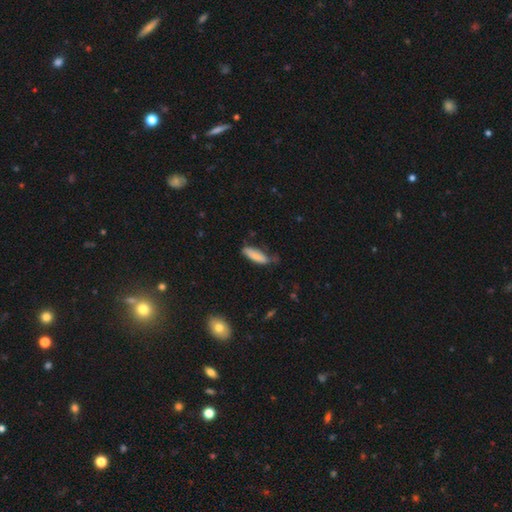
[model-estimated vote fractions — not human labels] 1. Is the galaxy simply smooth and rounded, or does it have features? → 83% smooth, 10% featured or disk, 7% star or artifact.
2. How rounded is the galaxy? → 50% cigar-shaped, 48% in between, 2% round.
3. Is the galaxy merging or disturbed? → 54% none, 35% minor disturbance, 8% major disturbance, 4% merger.